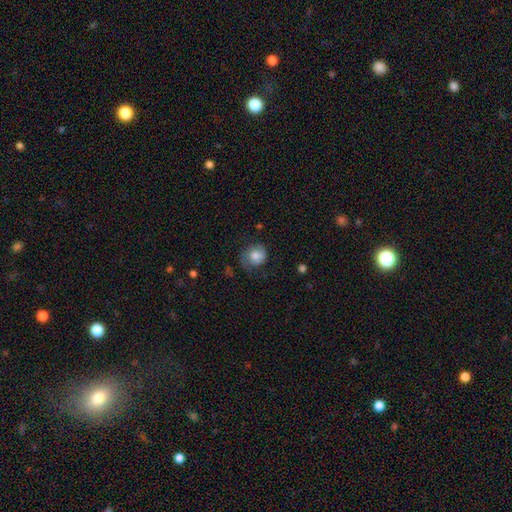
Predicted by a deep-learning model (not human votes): Smooth or featured?
  - smooth: 68% *
  - featured or disk: 23%
  - star or artifact: 8%
How rounded?
  - round: 74% *
  - in between: 25%
  - cigar-shaped: 1%
Merging?
  - none: 56% *
  - minor disturbance: 27%
  - major disturbance: 15%
  - merger: 2%